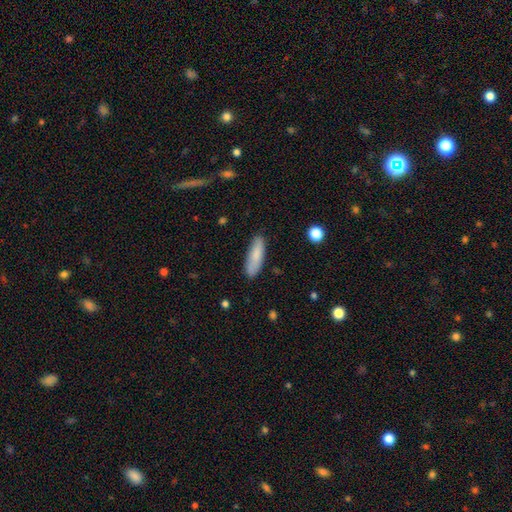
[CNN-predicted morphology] A smooth galaxy with no disk features (83%) that is cigar-shaped (52%). Merging: none (85%).